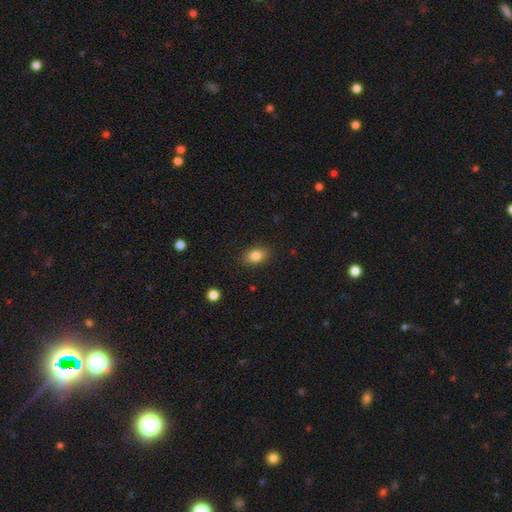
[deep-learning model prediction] smooth 84%, star or artifact 9%, featured or disk 7%. Down the decision tree: how rounded — in between (81%); merging — none (87%).